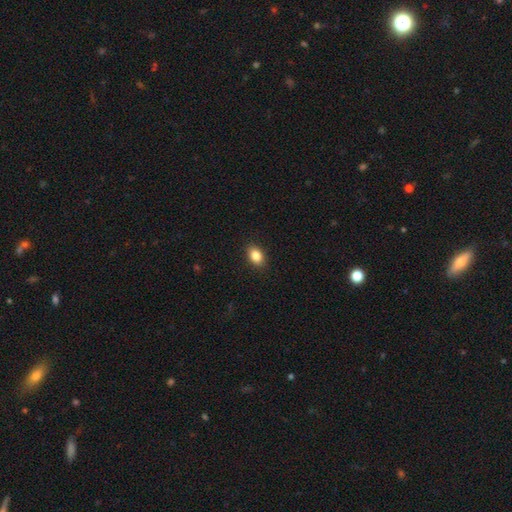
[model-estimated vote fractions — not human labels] Smooth or featured? Predicted: smooth (p=0.85). How rounded? Predicted: in between (p=0.80). Merging? Predicted: none (p=0.89).